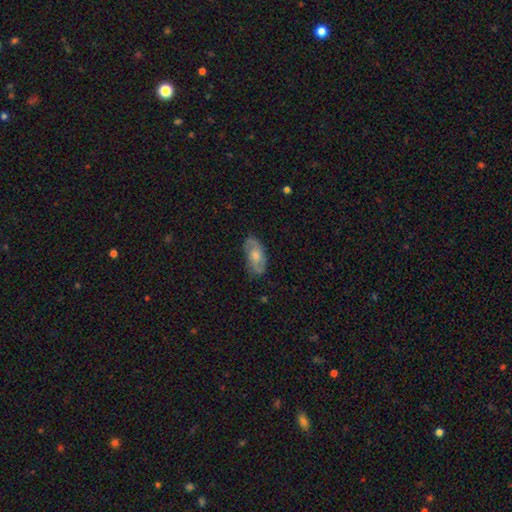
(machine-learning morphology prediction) type=featured or disk (54%); edge-on=no (92%); merging=none (76%).